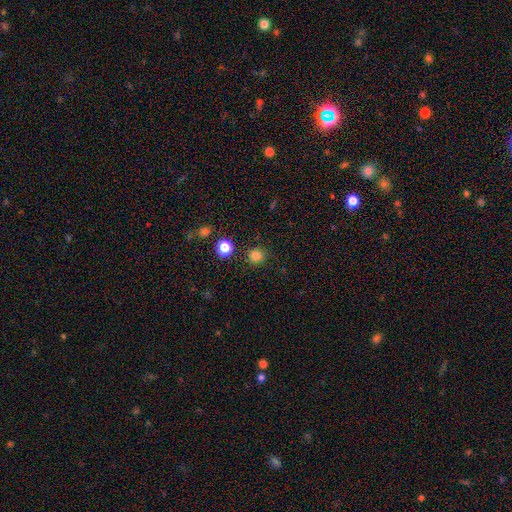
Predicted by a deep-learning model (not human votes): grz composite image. It shows a smooth galaxy with no disk features (82%) that is round (93%). Merging: none (90%).